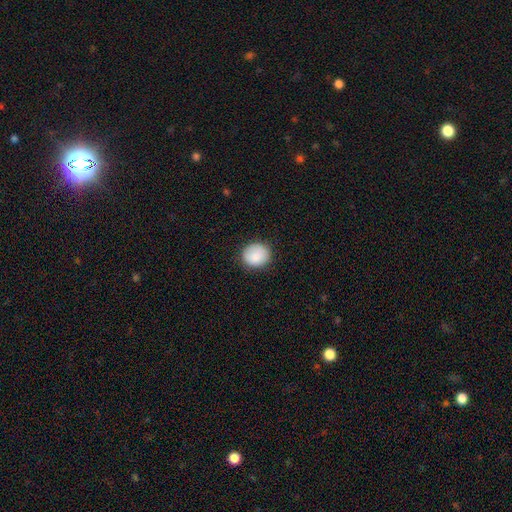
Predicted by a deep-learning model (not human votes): Smooth or featured?
  - smooth: 87% *
  - star or artifact: 8%
  - featured or disk: 5%
How rounded?
  - round: 78% *
  - in between: 21%
  - cigar-shaped: 1%
Merging?
  - none: 85% *
  - minor disturbance: 12%
  - major disturbance: 3%
  - merger: 1%